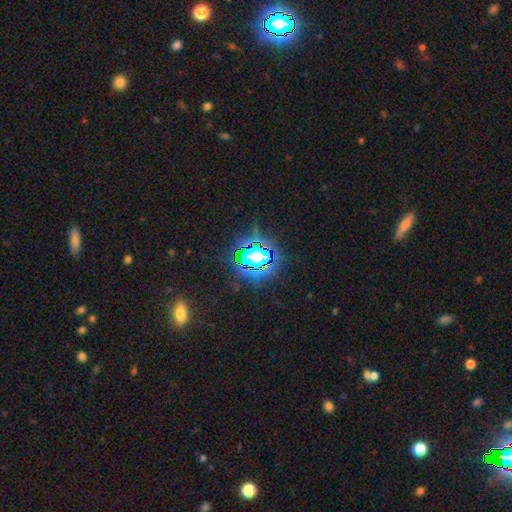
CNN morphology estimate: smooth_or_featured: star or artifact (p=0.68) [alt: smooth p=0.20]